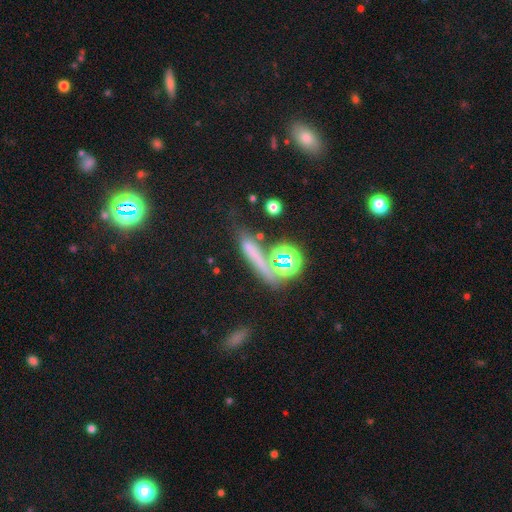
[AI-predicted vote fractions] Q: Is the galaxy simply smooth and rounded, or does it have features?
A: smooth — 45%.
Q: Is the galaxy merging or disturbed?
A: none — 64%.